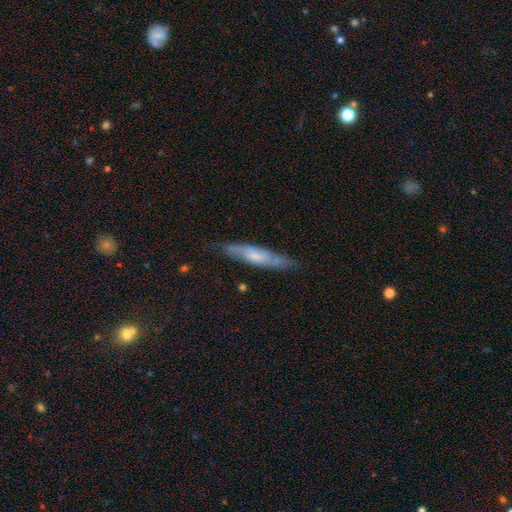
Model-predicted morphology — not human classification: Smooth or featured? featured or disk (47%)
Merging? none (75%)